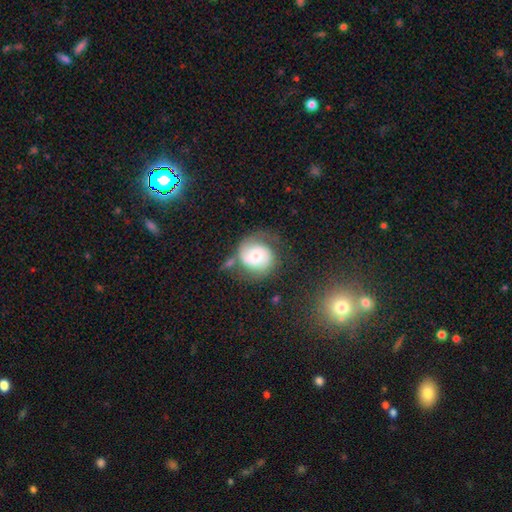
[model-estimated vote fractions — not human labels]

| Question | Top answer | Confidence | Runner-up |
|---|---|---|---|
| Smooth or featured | featured or disk | 60% | smooth (33%) |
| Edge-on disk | no | 98% | yes (2%) |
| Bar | no | 60% | weak (32%) |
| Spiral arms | yes | 88% | no (12%) |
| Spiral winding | medium | 43% | tight (31%) |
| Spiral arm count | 2 | 76% | can't tell (10%) |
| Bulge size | moderate | 43% | small (39%) |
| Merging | none | 50% | minor disturbance (23%) |